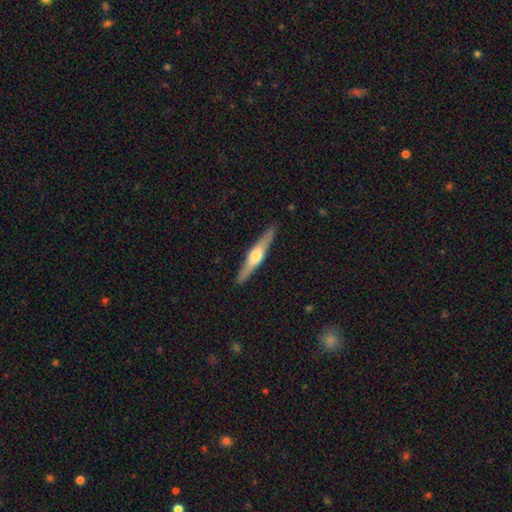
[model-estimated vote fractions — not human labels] Smooth or featured? Predicted: featured or disk (p=0.63). Edge-on disk? Predicted: yes (p=0.96). Edge-on bulge? Predicted: rounded (p=0.90). Merging? Predicted: none (p=0.90).